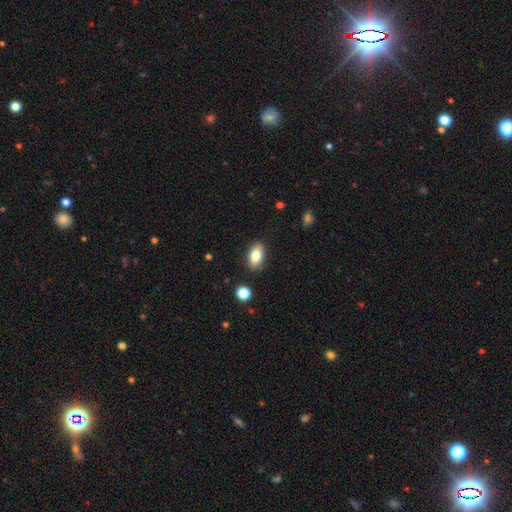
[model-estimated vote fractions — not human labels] Smooth or featured? Predicted: smooth (p=0.82). How rounded? Predicted: in between (p=0.89). Merging? Predicted: none (p=0.87).